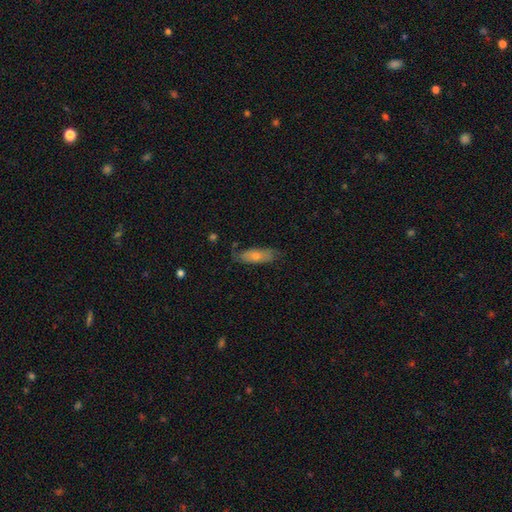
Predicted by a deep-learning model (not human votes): smooth-or-featured: smooth: 49% | featured or disk: 43% | star or artifact: 8%
  merging: none: 74% | minor disturbance: 20% | major disturbance: 5% | merger: 2%